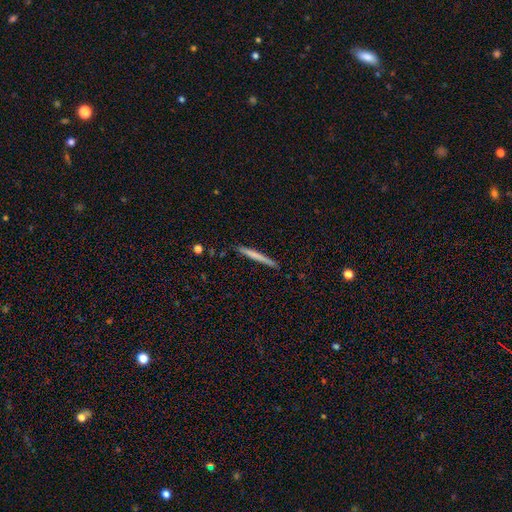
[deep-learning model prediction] A smooth galaxy with no disk features (64%) that is cigar-shaped (97%).

Vote fractions:
- Smooth or featured? smooth: 64% / featured or disk: 31% / star or artifact: 6%
- How rounded? cigar-shaped: 97% / in between: 2% / round: 1%
- Merging? none: 90% / minor disturbance: 8% / major disturbance: 1% / merger: 1%